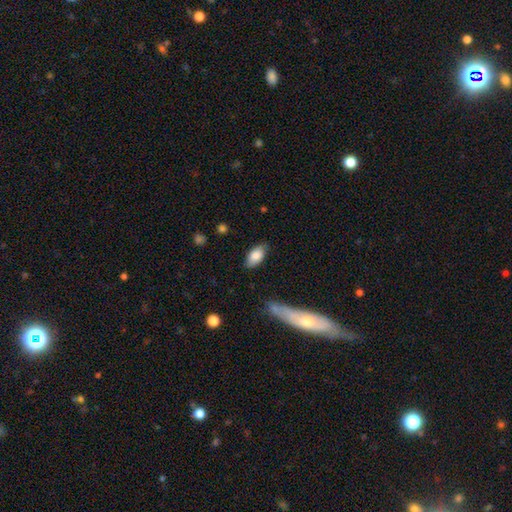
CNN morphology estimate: Smooth or featured? Predicted: smooth (p=0.81). How rounded? Predicted: in between (p=0.92). Merging? Predicted: none (p=0.81).